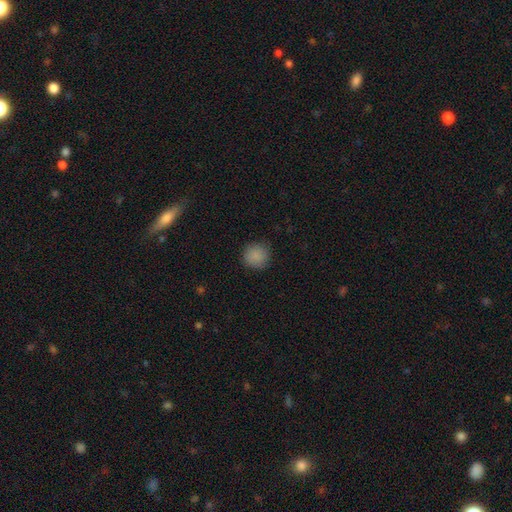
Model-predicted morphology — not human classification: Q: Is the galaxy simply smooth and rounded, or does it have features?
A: smooth — 87%.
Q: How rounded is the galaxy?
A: round — 92%.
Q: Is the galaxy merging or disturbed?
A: none — 86%.